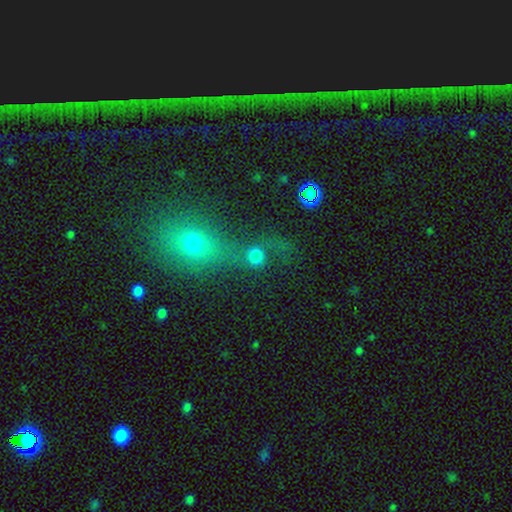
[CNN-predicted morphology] Smooth or featured: smooth — 68% (star or artifact — 19%)
How rounded: round — 80% (in between — 18%)
Merging: none — 40% (merger — 38%)